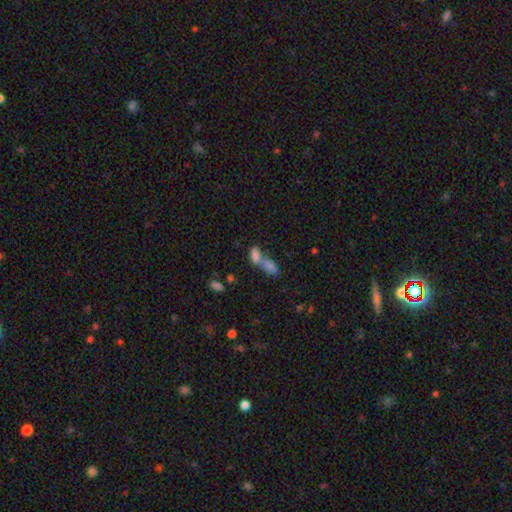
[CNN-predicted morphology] This is likely a smooth galaxy (78%). How rounded: clearly in between (83%). Merging: likely merger (69%).